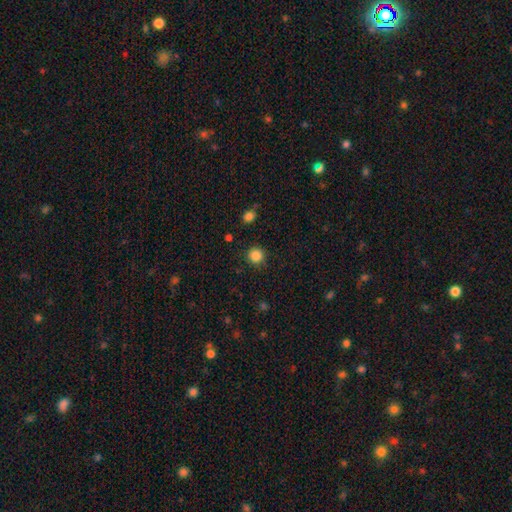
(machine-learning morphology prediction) This appears to be a smooth galaxy with no disk features (86%) that is round (93%). Merging: none (89%).